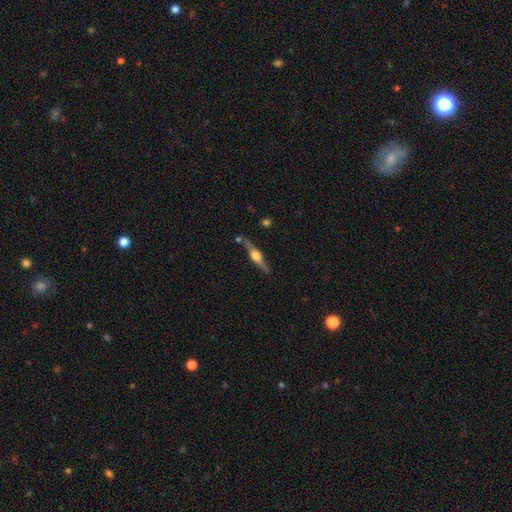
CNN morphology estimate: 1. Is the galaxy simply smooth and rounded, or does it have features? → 79% featured or disk, 15% smooth, 5% star or artifact.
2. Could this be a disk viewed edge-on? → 98% yes, 2% no.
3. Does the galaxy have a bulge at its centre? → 93% rounded, 5% boxy, 2% none.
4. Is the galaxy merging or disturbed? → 83% none, 10% minor disturbance, 4% merger, 2% major disturbance.